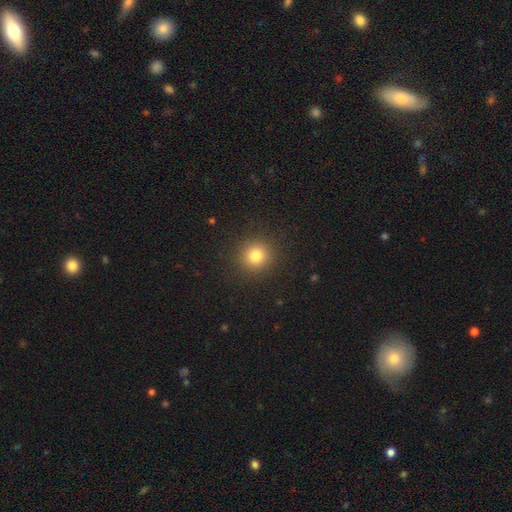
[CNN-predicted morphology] smooth-or-featured: smooth: 81% | star or artifact: 13% | featured or disk: 6%
  how-rounded: round: 91% | in between: 8% | cigar-shaped: 1%
  merging: none: 91% | minor disturbance: 6% | major disturbance: 3% | merger: 1%